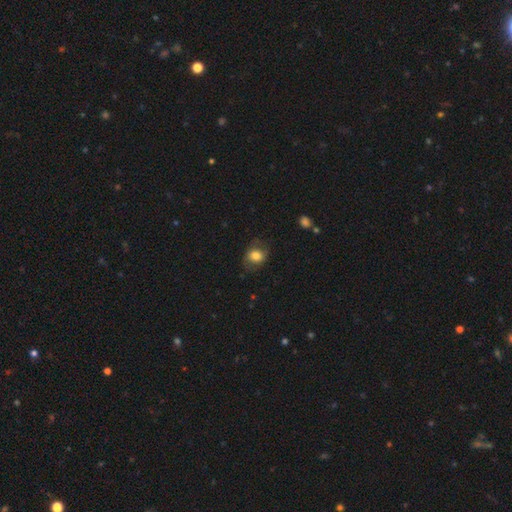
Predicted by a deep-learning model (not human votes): This is likely a smooth galaxy (76%). How rounded: possibly round (50%). Merging: likely none (67%).